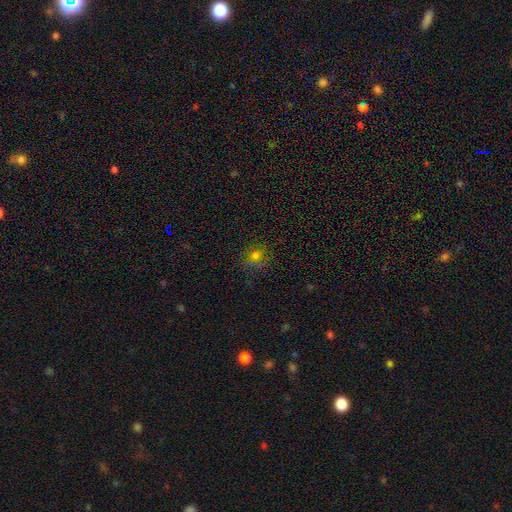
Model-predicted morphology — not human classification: smooth 65%, star or artifact 24%, featured or disk 11%. Down the decision tree: how rounded — round (77%); merging — none (76%).